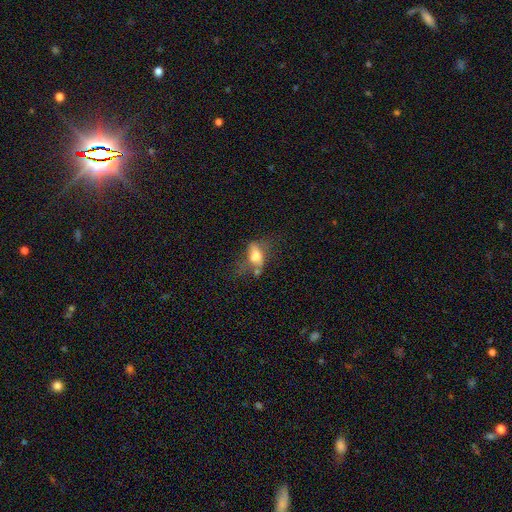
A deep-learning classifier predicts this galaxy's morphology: Smooth or featured? Predicted: smooth (p=0.61). How rounded? Predicted: in between (p=0.82). Merging? Predicted: none (p=0.33).